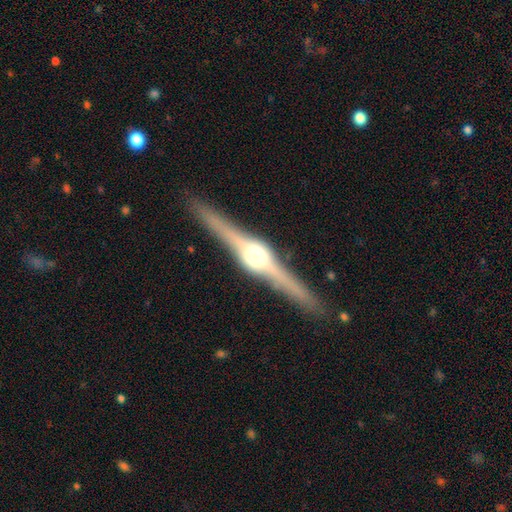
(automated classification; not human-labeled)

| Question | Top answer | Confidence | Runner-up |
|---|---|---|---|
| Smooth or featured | featured or disk | 86% | smooth (8%) |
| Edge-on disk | yes | 98% | no (2%) |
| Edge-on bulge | rounded | 94% | boxy (5%) |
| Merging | none | 90% | minor disturbance (8%) |